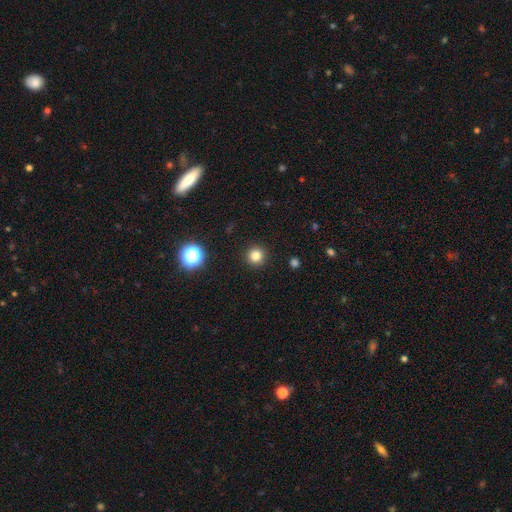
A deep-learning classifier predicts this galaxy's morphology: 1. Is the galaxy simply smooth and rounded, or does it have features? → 81% smooth, 14% star or artifact, 5% featured or disk.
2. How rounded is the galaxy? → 96% round, 3% in between, 1% cigar-shaped.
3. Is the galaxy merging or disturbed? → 93% none, 4% minor disturbance, 2% major disturbance, 1% merger.